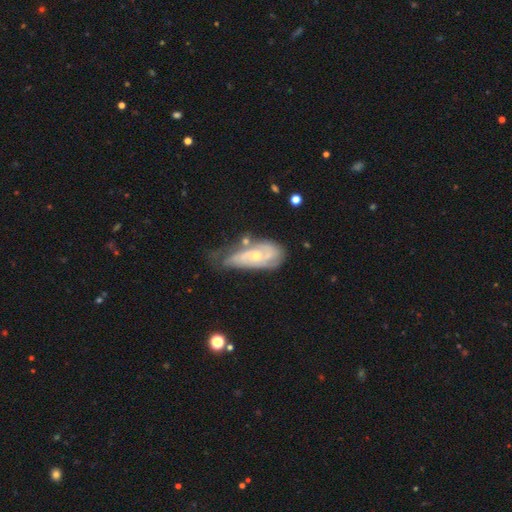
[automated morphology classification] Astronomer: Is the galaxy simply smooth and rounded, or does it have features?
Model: featured or disk — 72%.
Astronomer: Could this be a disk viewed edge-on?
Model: no — 92%.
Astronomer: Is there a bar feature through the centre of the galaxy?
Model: no — 73%.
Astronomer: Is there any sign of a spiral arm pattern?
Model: yes — 81%.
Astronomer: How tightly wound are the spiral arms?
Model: tight — 56% (runner-up: medium, 32%).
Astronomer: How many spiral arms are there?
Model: can't tell — 44% (runner-up: 2, 34%).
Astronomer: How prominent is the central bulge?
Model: small — 57% (runner-up: moderate, 39%).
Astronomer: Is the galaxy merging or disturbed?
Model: minor disturbance — 35% (runner-up: none, 34%).